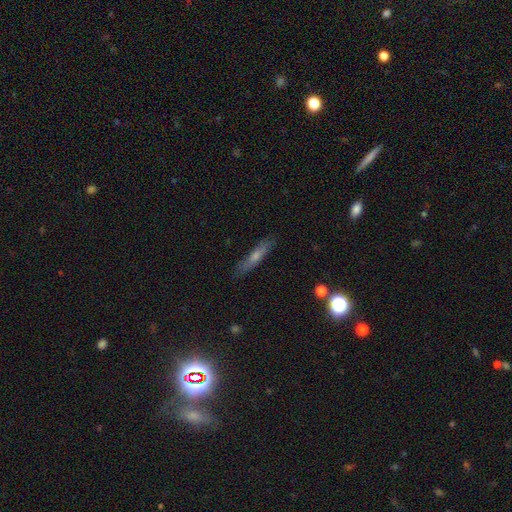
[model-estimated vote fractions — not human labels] Morphology: type=smooth (47%); merging=none (86%).